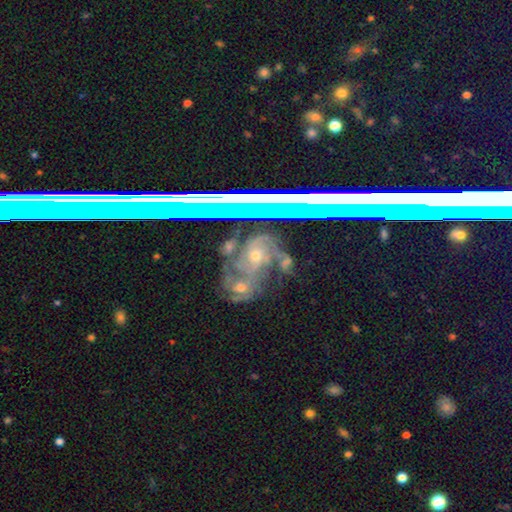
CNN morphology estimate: This appears to be a featured or disk galaxy (42%). Merging: none (72%).